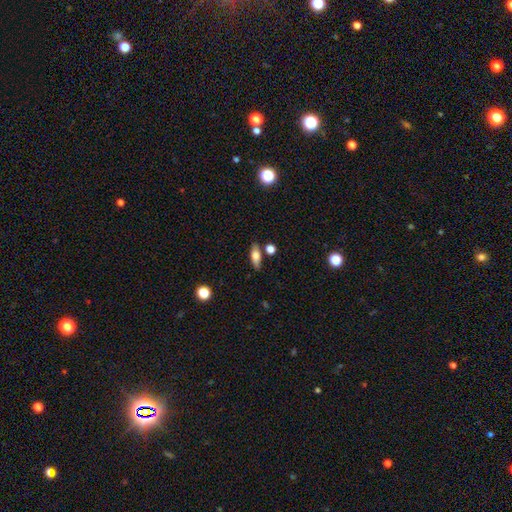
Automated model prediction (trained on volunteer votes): The model was most divided on "how rounded": in between: 69%, cigar-shaped: 27%, round: 4%. More confident: merging — none (77%); smooth or featured — smooth (67%).